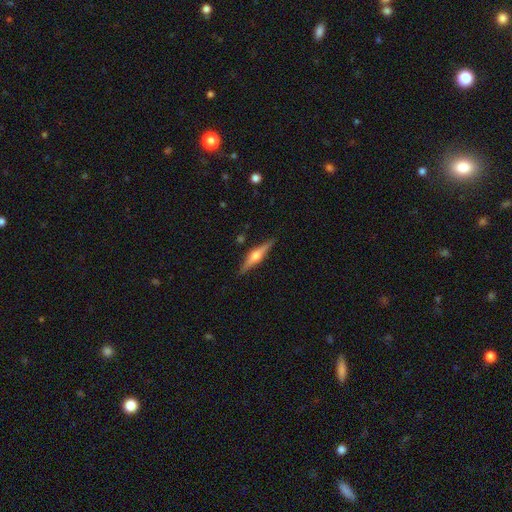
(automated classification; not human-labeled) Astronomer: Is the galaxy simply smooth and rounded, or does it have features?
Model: featured or disk — 71%.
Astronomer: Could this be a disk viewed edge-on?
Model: yes — 97%.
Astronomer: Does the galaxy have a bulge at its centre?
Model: rounded — 92%.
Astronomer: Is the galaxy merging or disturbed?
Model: none — 89%.